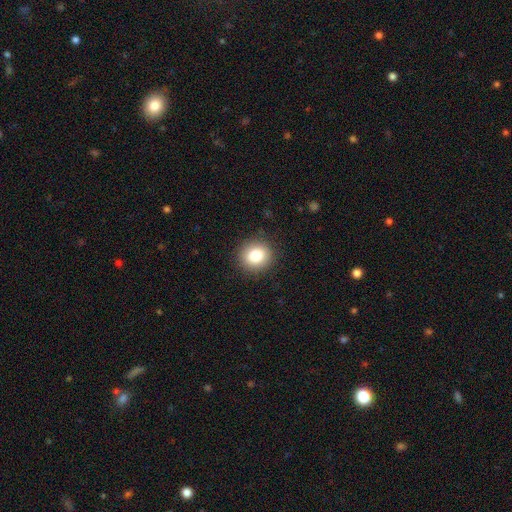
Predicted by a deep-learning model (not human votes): A smooth galaxy with no disk features (82%) that is round (86%).

Vote fractions:
- Smooth or featured? smooth: 82% / star or artifact: 10% / featured or disk: 8%
- How rounded? round: 86% / in between: 13% / cigar-shaped: 1%
- Merging? none: 90% / minor disturbance: 7% / major disturbance: 2% / merger: 1%